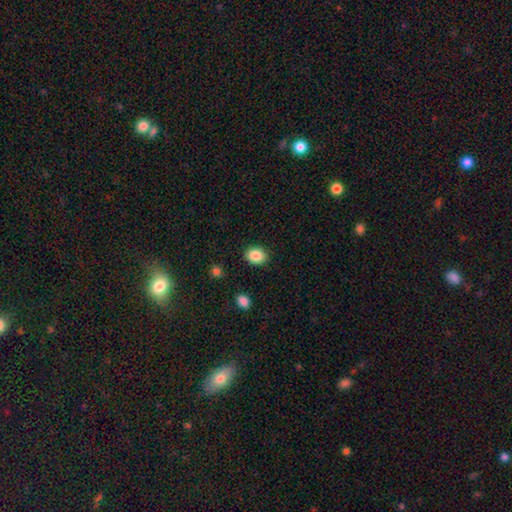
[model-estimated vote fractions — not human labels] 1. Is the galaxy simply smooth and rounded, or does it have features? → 87% smooth, 8% star or artifact, 5% featured or disk.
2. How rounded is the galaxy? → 62% in between, 37% round, 1% cigar-shaped.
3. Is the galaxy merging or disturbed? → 88% none, 8% minor disturbance, 2% major disturbance, 1% merger.